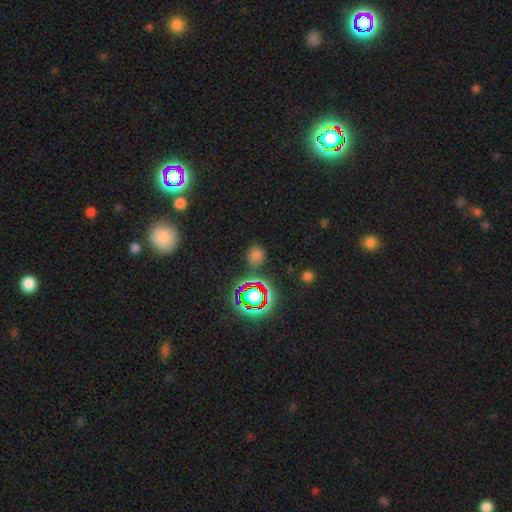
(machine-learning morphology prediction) This appears to be a smooth galaxy with no disk features (61%) that is round (85%). Merging: none (80%).